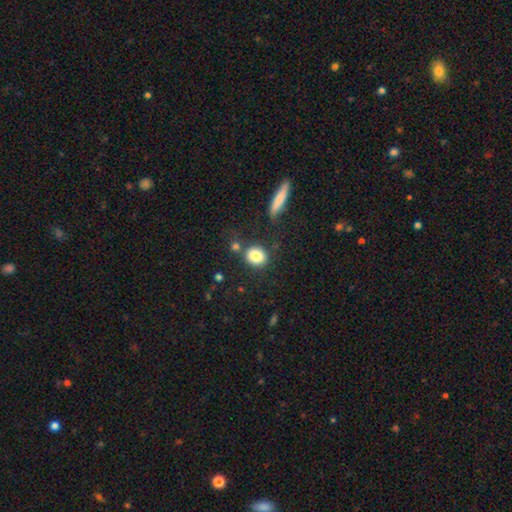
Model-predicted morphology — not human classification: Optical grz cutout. It shows a smooth galaxy with no disk features (83%) that is round (68%). Merging: none (77%).